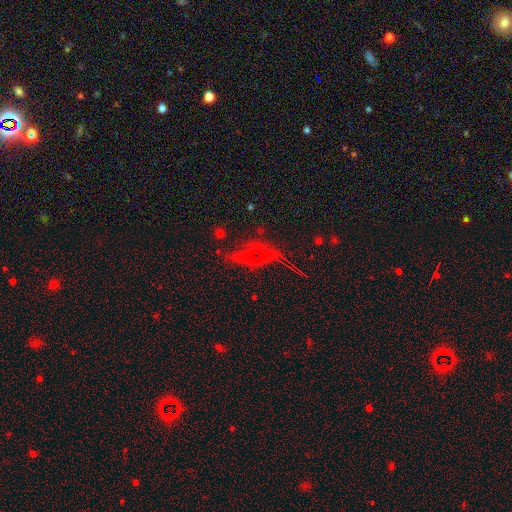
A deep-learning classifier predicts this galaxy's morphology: smooth-or-featured: smooth: 40% | featured or disk: 34% | star or artifact: 27%
  merging: none: 77% | minor disturbance: 14% | major disturbance: 6% | merger: 4%